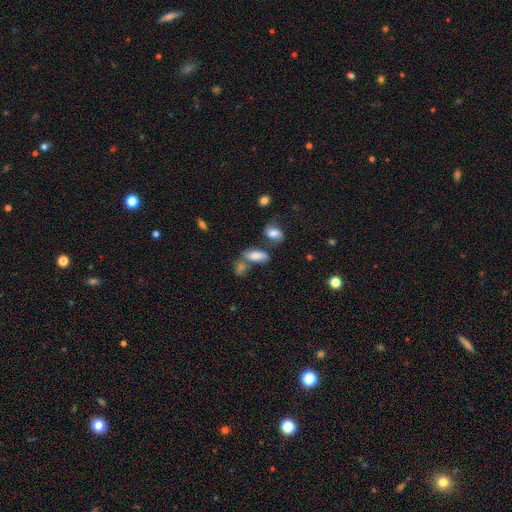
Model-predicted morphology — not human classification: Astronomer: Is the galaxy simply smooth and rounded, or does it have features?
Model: smooth — 73%.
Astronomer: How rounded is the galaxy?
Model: in between — 82%.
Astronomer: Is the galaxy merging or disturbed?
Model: none — 45% (runner-up: merger, 27%).